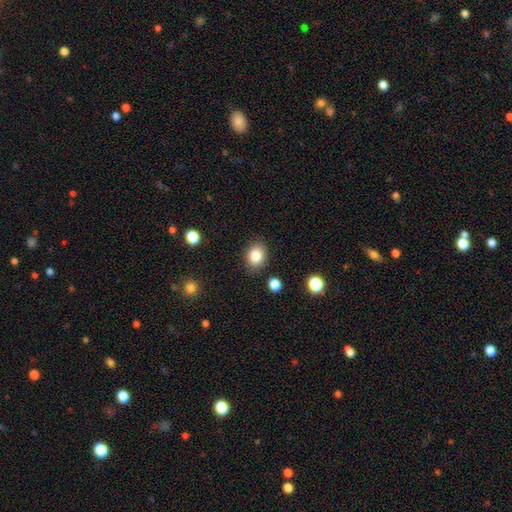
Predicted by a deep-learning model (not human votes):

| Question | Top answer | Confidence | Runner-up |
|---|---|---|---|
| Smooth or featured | smooth | 85% | star or artifact (9%) |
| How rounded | in between | 54% | round (45%) |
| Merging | none | 84% | minor disturbance (11%) |